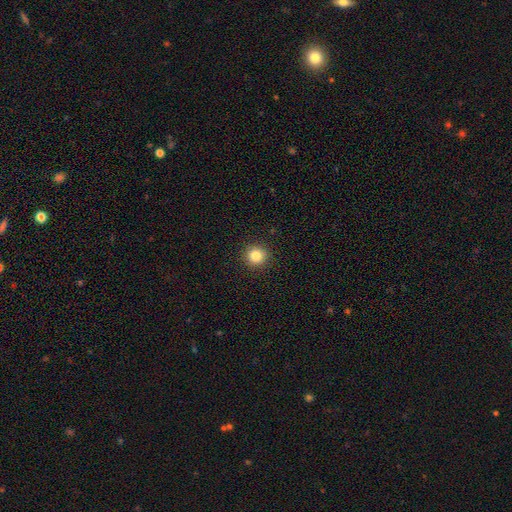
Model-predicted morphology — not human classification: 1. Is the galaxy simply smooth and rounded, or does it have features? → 84% smooth, 11% star or artifact, 5% featured or disk.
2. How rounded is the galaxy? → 92% round, 7% in between, 1% cigar-shaped.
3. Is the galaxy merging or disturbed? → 92% none, 5% minor disturbance, 2% major disturbance, 1% merger.